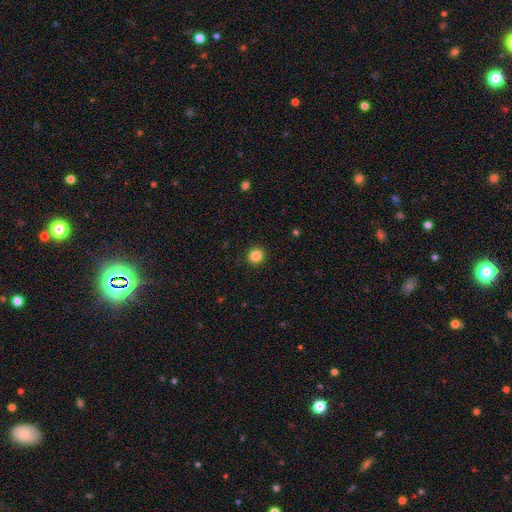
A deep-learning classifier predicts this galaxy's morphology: Overall: smooth (86%). How rounded: round (94%). Merging: none (93%).